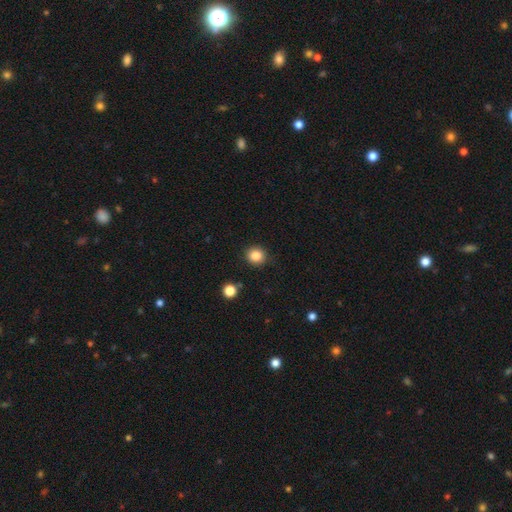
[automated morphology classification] The model was most divided on "how rounded": round: 87%, in between: 13%, cigar-shaped: 1%. More confident: merging — none (88%); smooth or featured — smooth (85%).